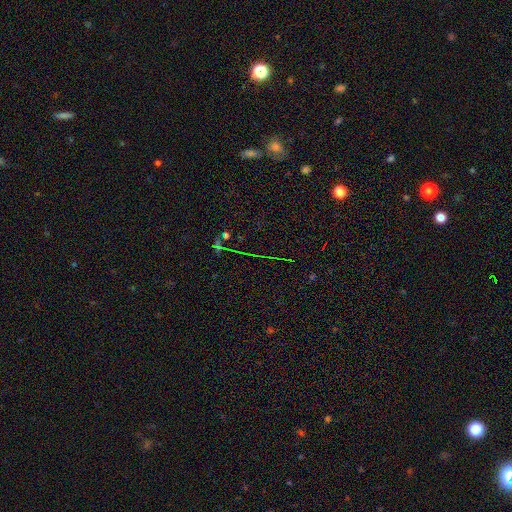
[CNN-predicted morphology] This is likely a star or artifact rather than a galaxy (69%).